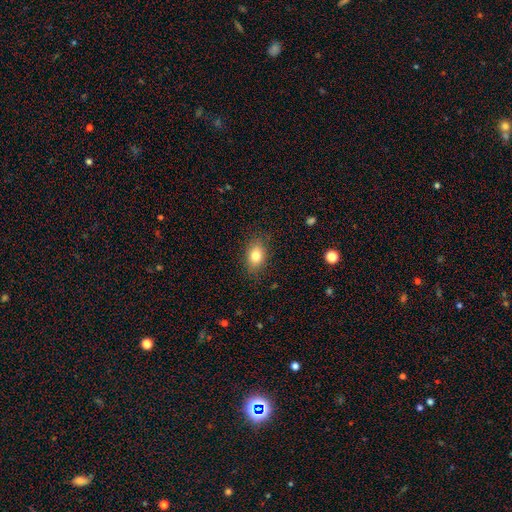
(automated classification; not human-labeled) This is likely a smooth galaxy (80%). How rounded: likely in between (79%). Merging: clearly none (83%).